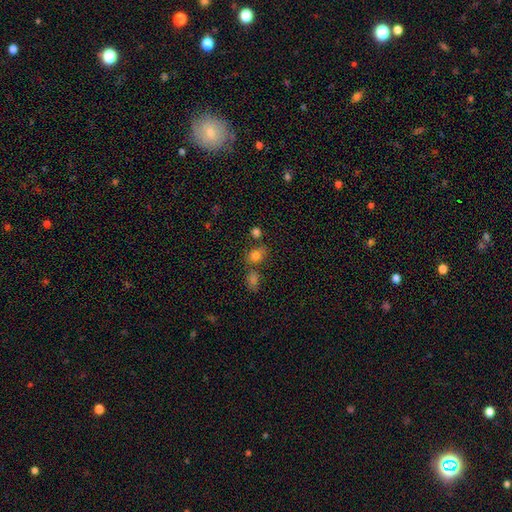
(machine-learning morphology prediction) Smooth or featured: smooth — 77% (star or artifact — 13%)
How rounded: in between — 58% (round — 40%)
Merging: none — 58% (merger — 20%)